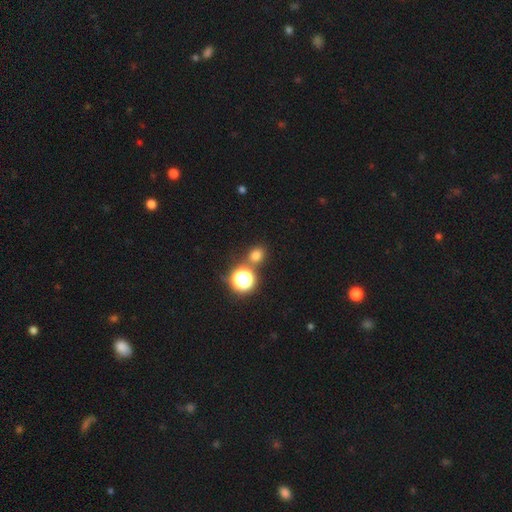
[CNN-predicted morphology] A smooth galaxy with no disk features (70%) that is round (75%). Merging: none (76%).